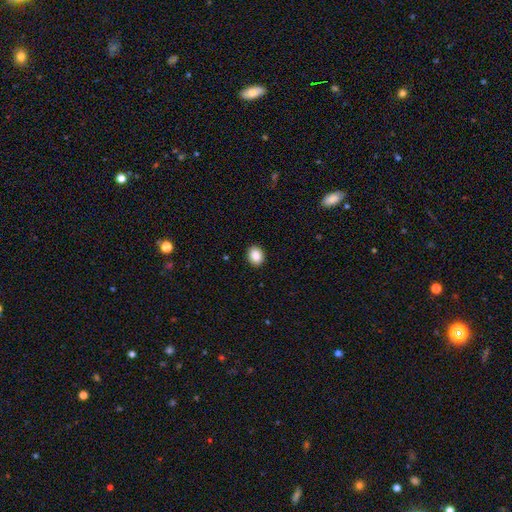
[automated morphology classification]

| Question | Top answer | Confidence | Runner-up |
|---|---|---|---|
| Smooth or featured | smooth | 89% | star or artifact (8%) |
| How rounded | round | 50% | in between (49%) |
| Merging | none | 91% | minor disturbance (7%) |